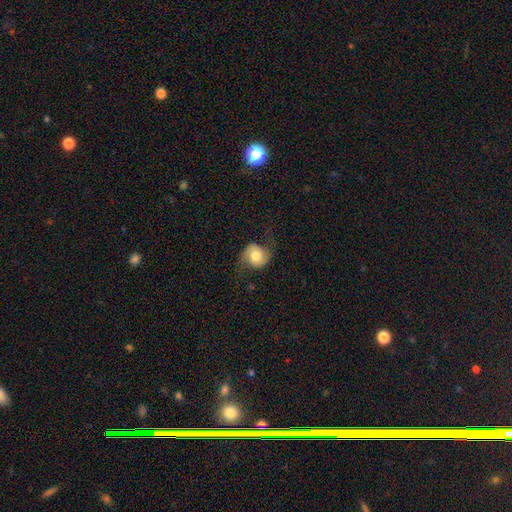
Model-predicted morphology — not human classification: smooth 47%, featured or disk 44%, star or artifact 8%. Down the decision tree: merging — none (66%).